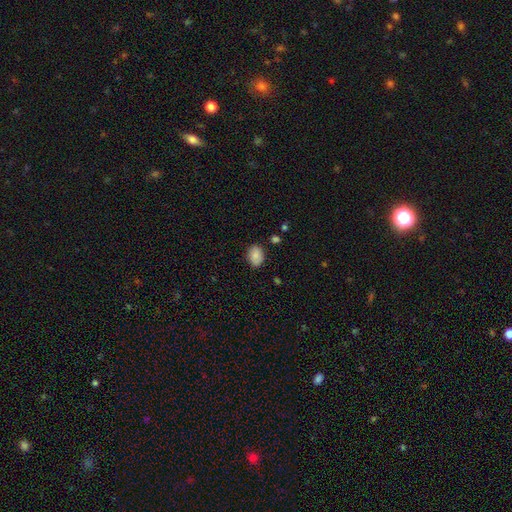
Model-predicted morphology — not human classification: Q: Smooth or featured?
A: smooth (86%); runner-up: star or artifact (8%)
Q: How rounded?
A: in between (76%); runner-up: round (23%)
Q: Merging?
A: none (83%); runner-up: minor disturbance (13%)